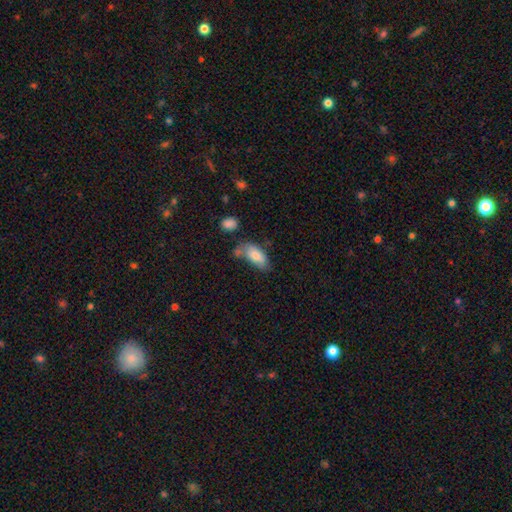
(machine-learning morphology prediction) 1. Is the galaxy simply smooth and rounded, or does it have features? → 79% smooth, 14% featured or disk, 7% star or artifact.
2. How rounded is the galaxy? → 90% in between, 8% cigar-shaped, 3% round.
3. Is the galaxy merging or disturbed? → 46% none, 27% minor disturbance, 18% merger, 10% major disturbance.